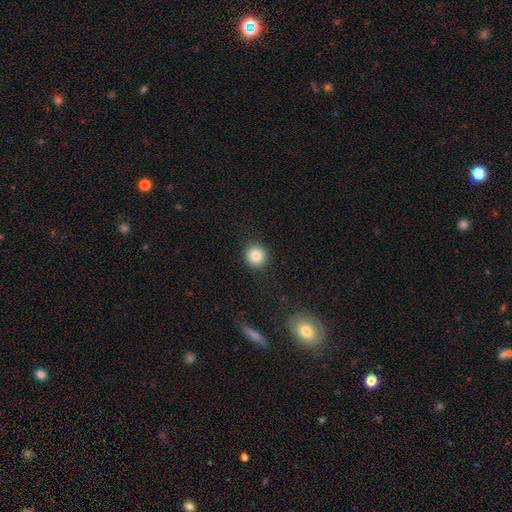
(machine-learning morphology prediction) smooth-or-featured: smooth: 85% | star or artifact: 10% | featured or disk: 6%
  how-rounded: round: 91% | in between: 8% | cigar-shaped: 1%
  merging: none: 91% | minor disturbance: 6% | major disturbance: 2% | merger: 1%